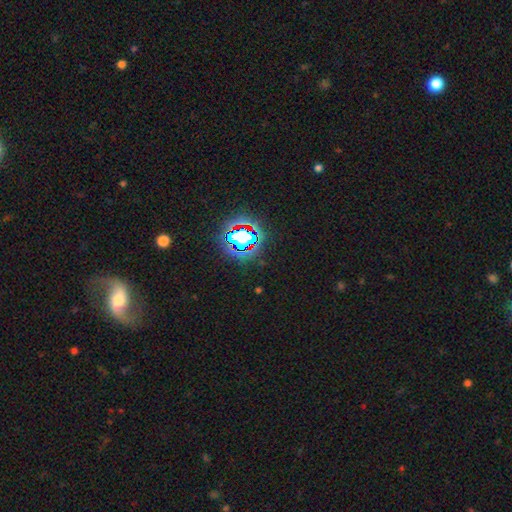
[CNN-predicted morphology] smooth_or_featured: star or artifact (p=0.56) [alt: featured or disk p=0.23]